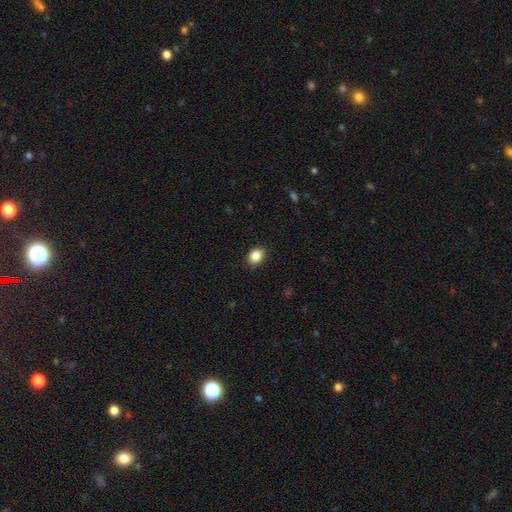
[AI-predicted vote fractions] Q: Smooth or featured?
A: smooth (87%); runner-up: star or artifact (9%)
Q: How rounded?
A: round (50%); runner-up: in between (49%)
Q: Merging?
A: none (89%); runner-up: minor disturbance (8%)